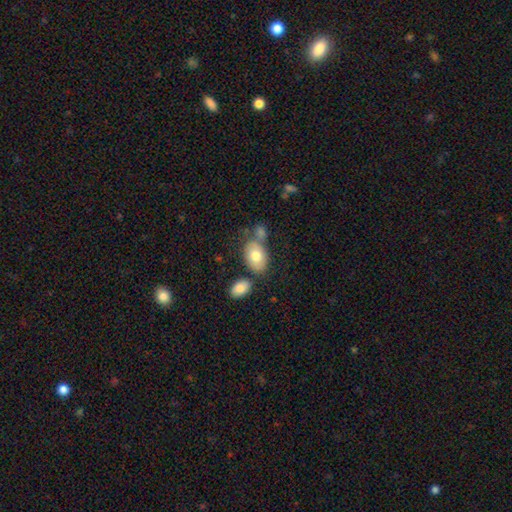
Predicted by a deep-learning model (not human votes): Smooth or featured? Predicted: smooth (p=0.76). How rounded? Predicted: in between (p=0.88). Merging? Predicted: none (p=0.53).